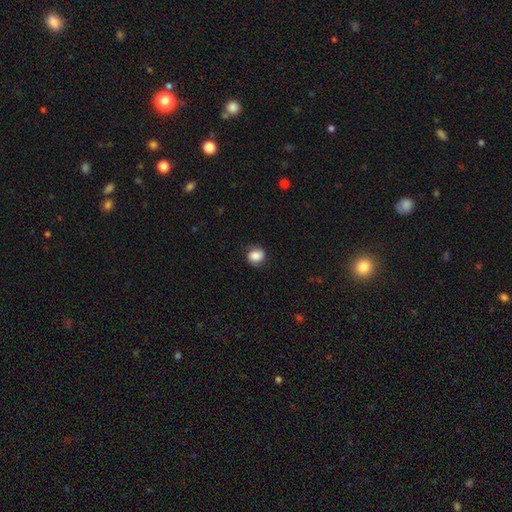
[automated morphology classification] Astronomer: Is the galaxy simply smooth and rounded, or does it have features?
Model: smooth — 80%.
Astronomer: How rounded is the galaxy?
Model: round — 76%.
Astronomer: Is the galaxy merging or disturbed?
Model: none — 78%.